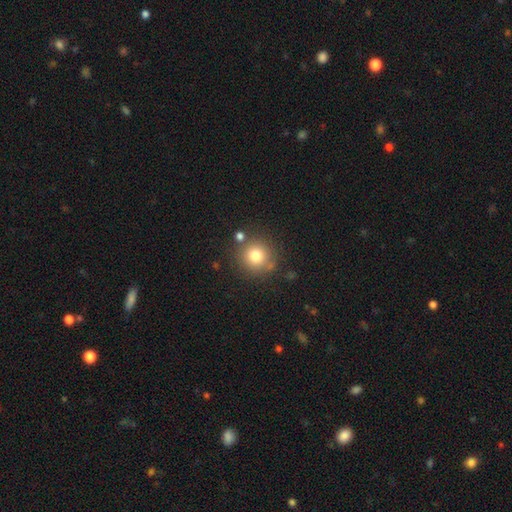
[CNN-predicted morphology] Smooth or featured?
  - smooth: 77% *
  - star or artifact: 13%
  - featured or disk: 10%
How rounded?
  - round: 92% *
  - in between: 7%
  - cigar-shaped: 1%
Merging?
  - none: 79% *
  - minor disturbance: 10%
  - merger: 8%
  - major disturbance: 4%